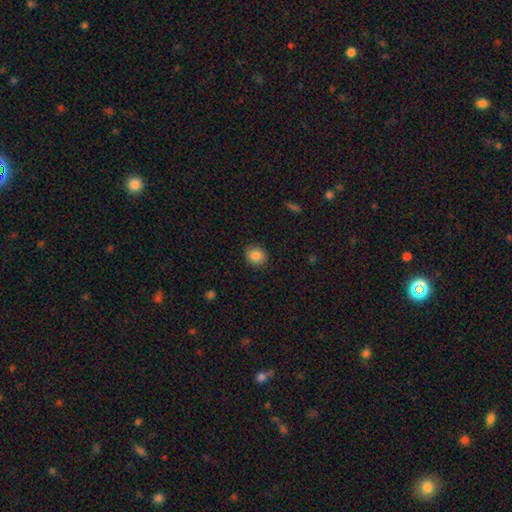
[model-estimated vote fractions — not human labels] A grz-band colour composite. It shows a smooth galaxy with no disk features (87%) that is round (73%). Merging: none (89%).